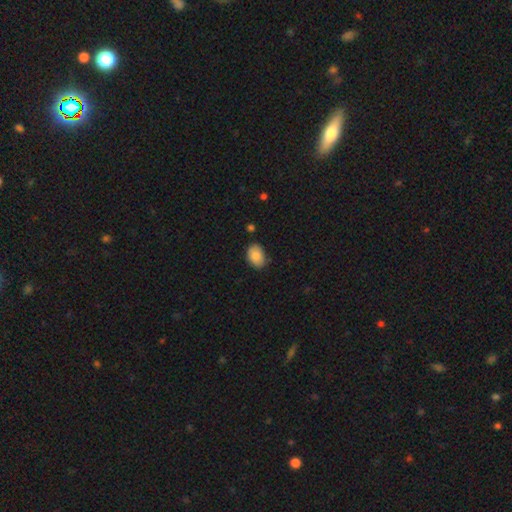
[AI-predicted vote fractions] smooth-or-featured: smooth: 85% | featured or disk: 8% | star or artifact: 7%
  how-rounded: in between: 80% | round: 19% | cigar-shaped: 1%
  merging: none: 77% | minor disturbance: 18% | major disturbance: 3% | merger: 2%